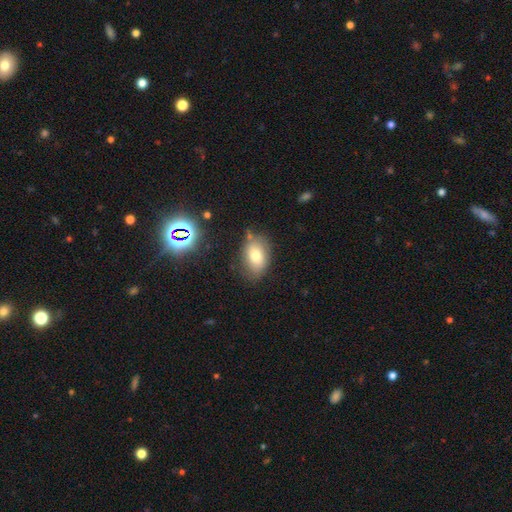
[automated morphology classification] A smooth galaxy with no disk features (75%) that is in between round and cigar-shaped (85%).

Vote fractions:
- Smooth or featured? smooth: 75% / featured or disk: 14% / star or artifact: 11%
- How rounded? in between: 85% / round: 13% / cigar-shaped: 1%
- Merging? none: 72% / minor disturbance: 19% / major disturbance: 5% / merger: 4%